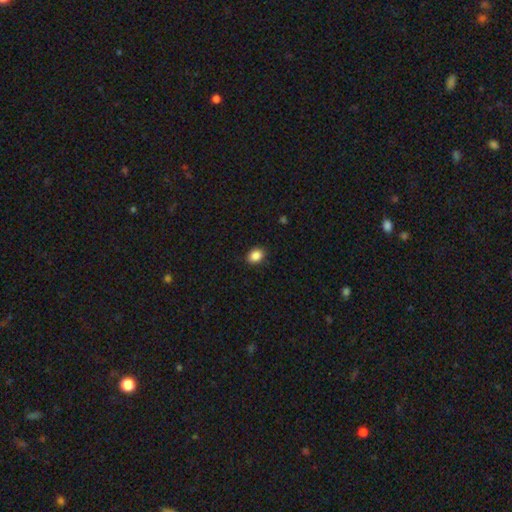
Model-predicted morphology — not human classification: A smooth galaxy with no disk features (88%) that is in between round and cigar-shaped (63%). Merging: none (88%).